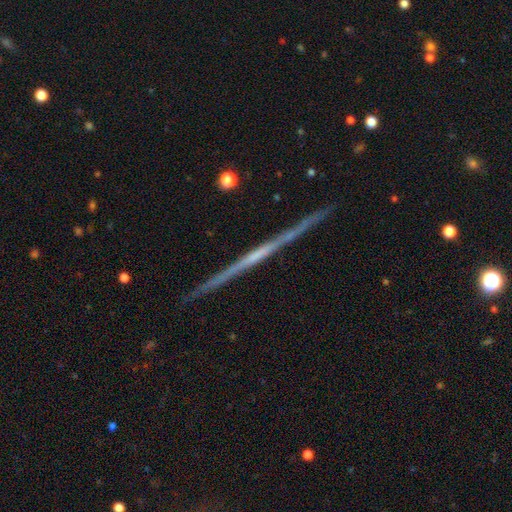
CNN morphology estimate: Smooth or featured?
  - featured or disk: 78% *
  - smooth: 15%
  - star or artifact: 7%
Edge-on disk?
  - yes: 98% *
  - no: 2%
Edge-on bulge?
  - none: 78% *
  - rounded: 14%
  - boxy: 8%
Merging?
  - none: 91% *
  - minor disturbance: 6%
  - major disturbance: 1%
  - merger: 1%